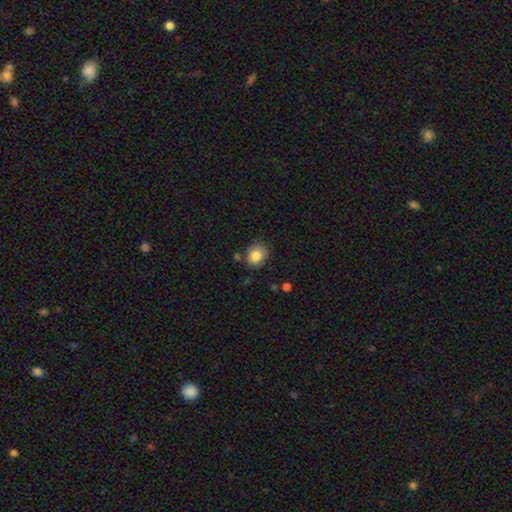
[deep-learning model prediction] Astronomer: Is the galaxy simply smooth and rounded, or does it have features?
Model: smooth — 84%.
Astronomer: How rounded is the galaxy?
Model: round — 73%.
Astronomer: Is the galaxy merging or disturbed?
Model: none — 78%.